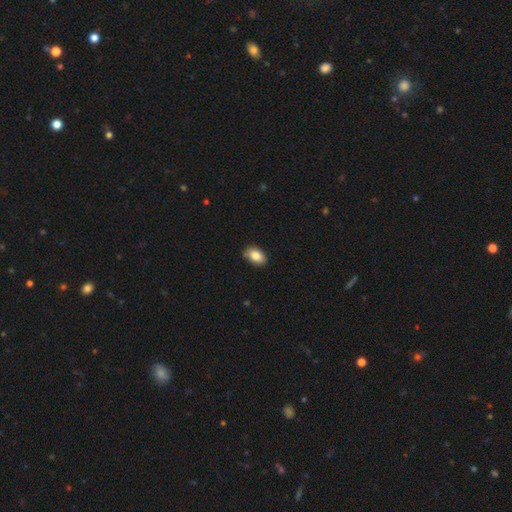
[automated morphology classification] Overall: smooth (85%). How rounded: in between (89%). Merging: none (84%).